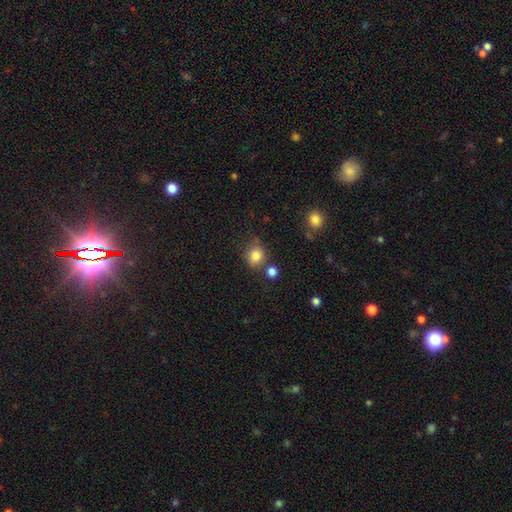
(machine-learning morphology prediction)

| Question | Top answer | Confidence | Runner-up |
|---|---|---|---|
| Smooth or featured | smooth | 83% | star or artifact (11%) |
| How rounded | round | 71% | in between (28%) |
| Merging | none | 66% | minor disturbance (19%) |